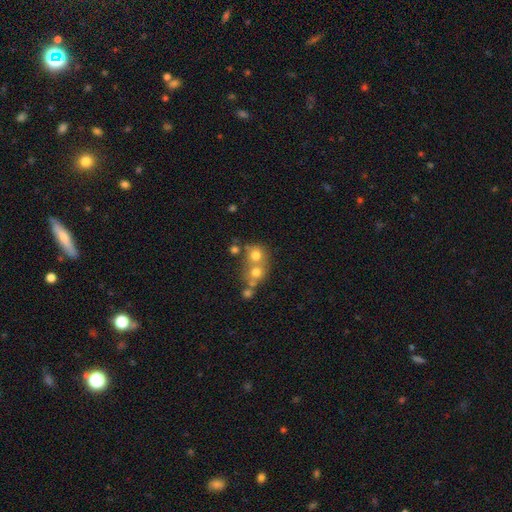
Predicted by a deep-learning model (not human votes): Morphology: type=smooth (66%); roundness=round (82%); merging=merger (49%).